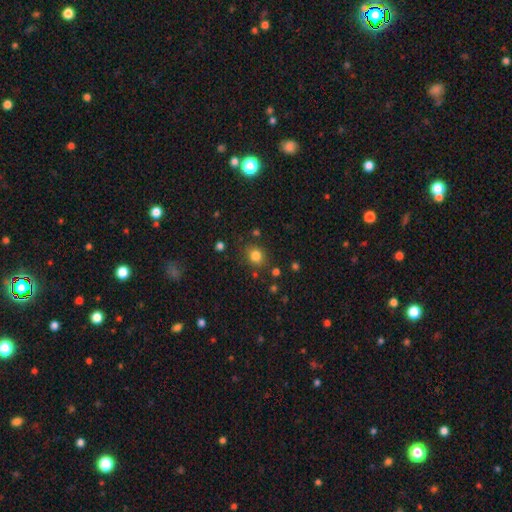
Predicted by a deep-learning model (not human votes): Overall: smooth (81%). How rounded: round (64%; in between 35%). Merging: none (81%).